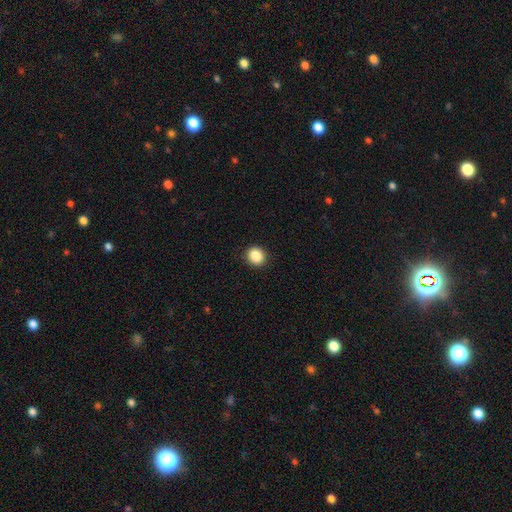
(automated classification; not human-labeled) Smooth or featured: smooth — 88% (star or artifact — 9%)
How rounded: round — 77% (in between — 22%)
Merging: none — 90% (minor disturbance — 7%)